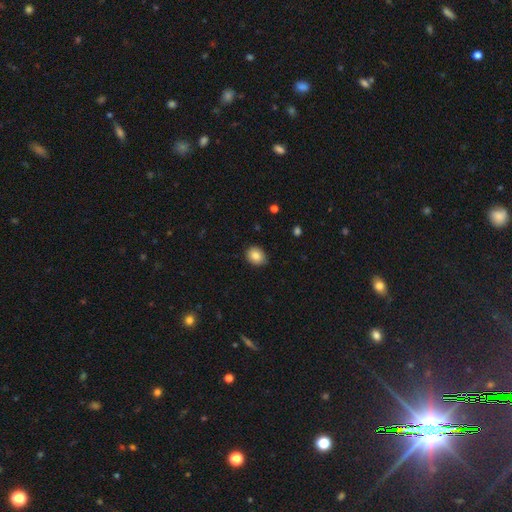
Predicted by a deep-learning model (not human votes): Smooth or featured? smooth (84%)
How rounded? round (58%)
Merging? none (84%)